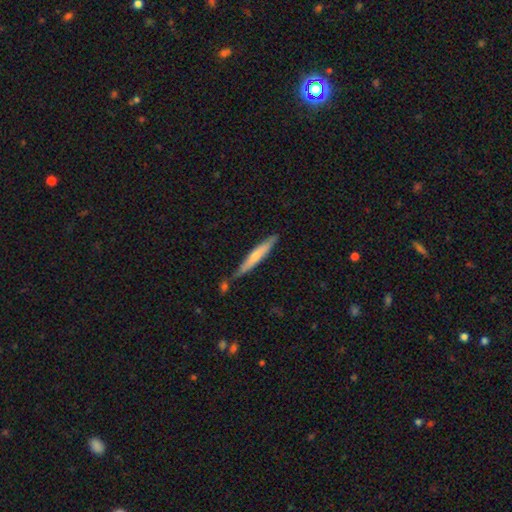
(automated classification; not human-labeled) This appears to be a featured or disk galaxy (59%) viewed edge-on (95%) with a rounded central bulge (67%). Merging: none (83%).